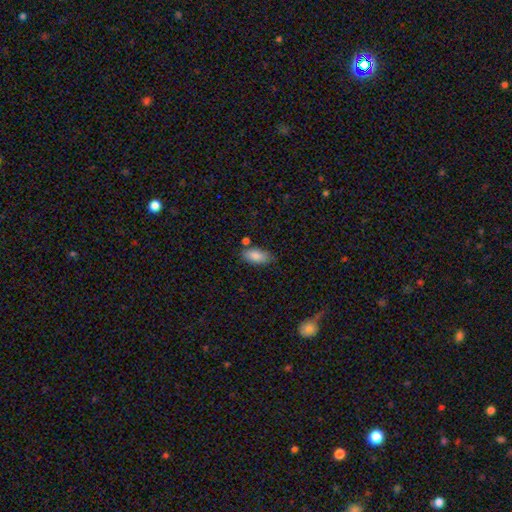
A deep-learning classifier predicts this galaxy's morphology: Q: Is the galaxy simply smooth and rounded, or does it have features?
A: smooth — 86%.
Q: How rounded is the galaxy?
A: in between — 91%.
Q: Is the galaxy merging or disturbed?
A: none — 73%.